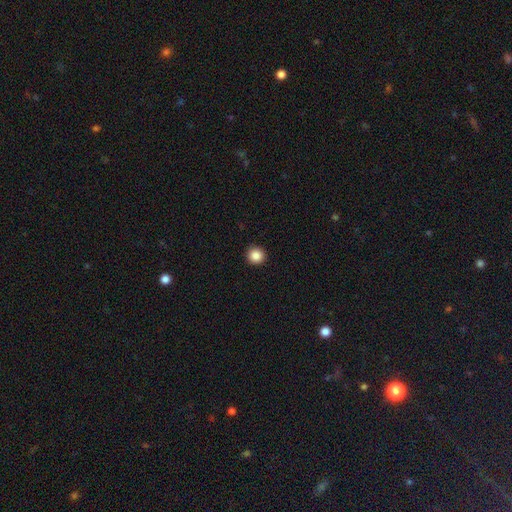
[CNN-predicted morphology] type=smooth (87%); roundness=round (95%); merging=none (94%).